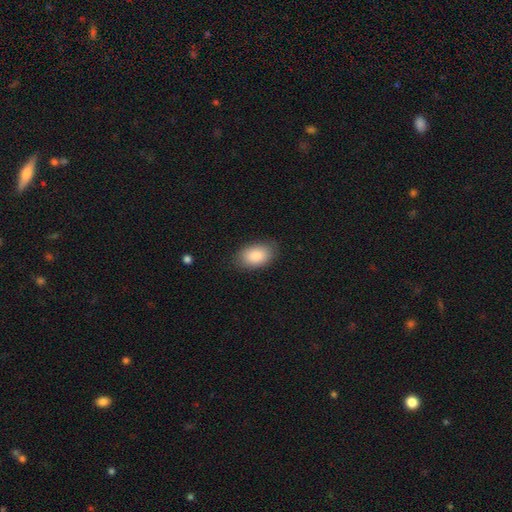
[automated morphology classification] Q: Smooth or featured?
A: smooth (87%); runner-up: star or artifact (6%)
Q: How rounded?
A: in between (92%); runner-up: round (6%)
Q: Merging?
A: none (82%); runner-up: minor disturbance (14%)